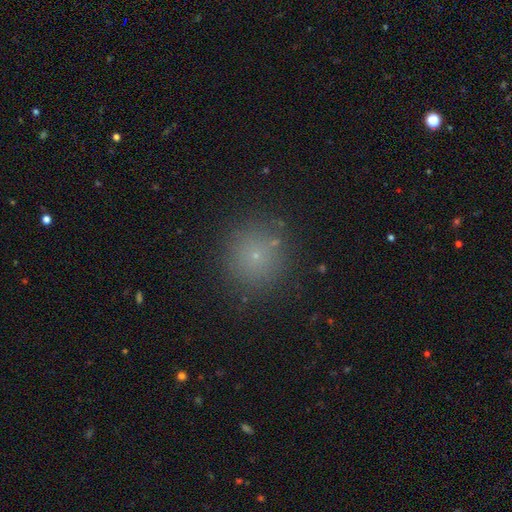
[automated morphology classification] This is likely a smooth galaxy (68%). How rounded: clearly round (94%). Merging: clearly none (87%).